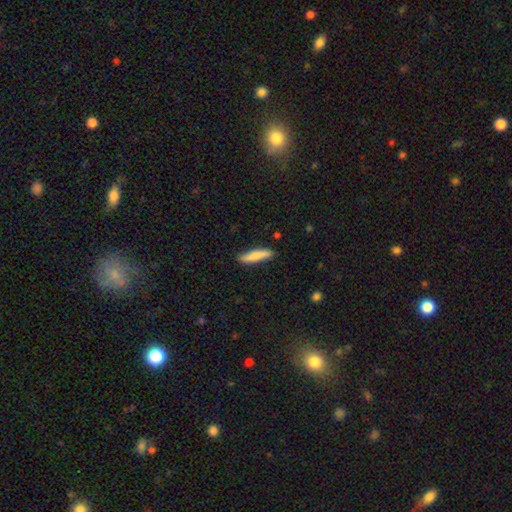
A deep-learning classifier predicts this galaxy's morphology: Smooth or featured? smooth (78%)
How rounded? cigar-shaped (83%)
Merging? none (86%)